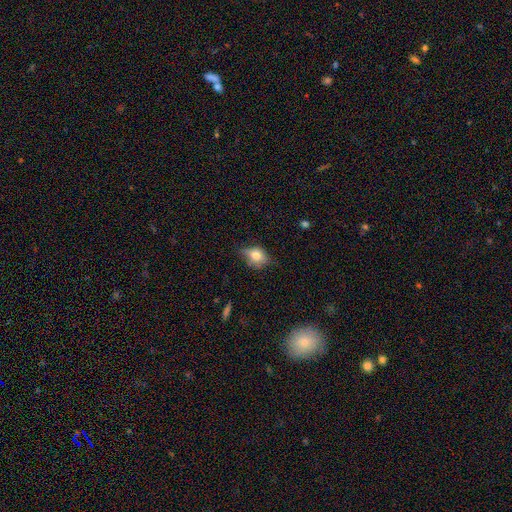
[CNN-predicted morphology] The model was most divided on "merging": none: 52%, minor disturbance: 35%, major disturbance: 11%, merger: 2%. More confident: smooth or featured — smooth (69%); how rounded — in between (67%).